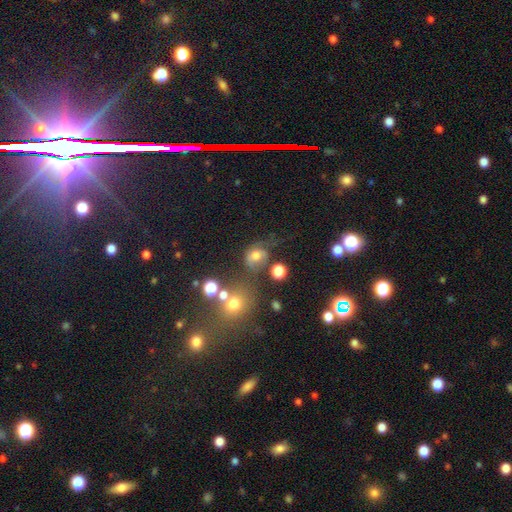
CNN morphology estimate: The model was most divided on "merging": none: 42%, minor disturbance: 25%, major disturbance: 21%, merger: 11%. More confident: smooth or featured — smooth (61%); how rounded — round (61%).